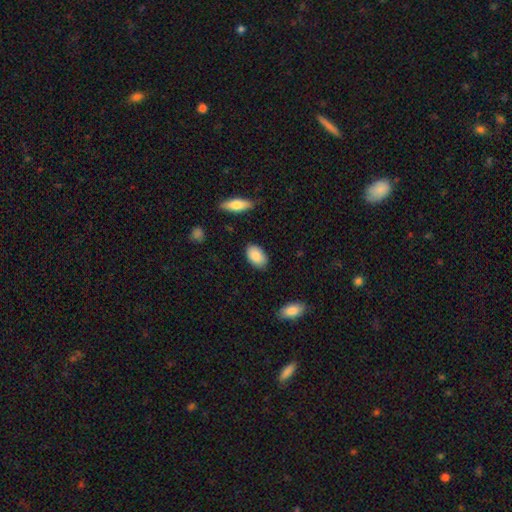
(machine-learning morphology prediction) Smooth or featured? Predicted: smooth (p=0.88). How rounded? Predicted: in between (p=0.92). Merging? Predicted: none (p=0.85).